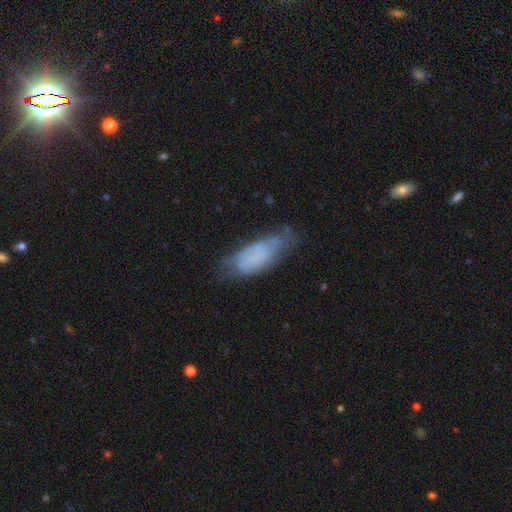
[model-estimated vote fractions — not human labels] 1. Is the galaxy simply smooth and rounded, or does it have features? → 61% smooth, 30% featured or disk, 10% star or artifact.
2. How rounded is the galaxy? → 71% in between, 27% cigar-shaped, 2% round.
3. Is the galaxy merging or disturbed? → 48% none, 33% minor disturbance, 16% major disturbance, 3% merger.